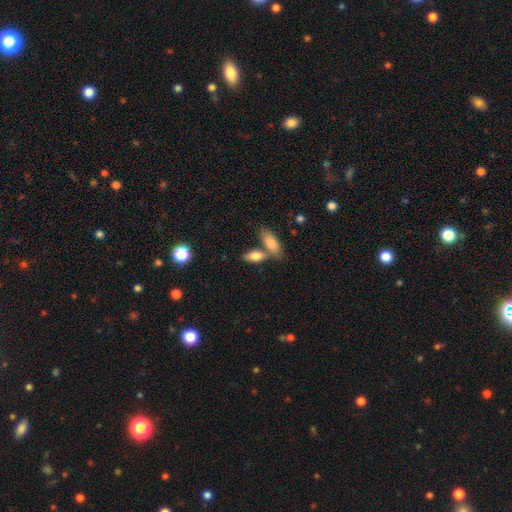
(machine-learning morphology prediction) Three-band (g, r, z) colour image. It shows a smooth galaxy with no disk features (81%) that is in between round and cigar-shaped (83%). Merging: none (49%).